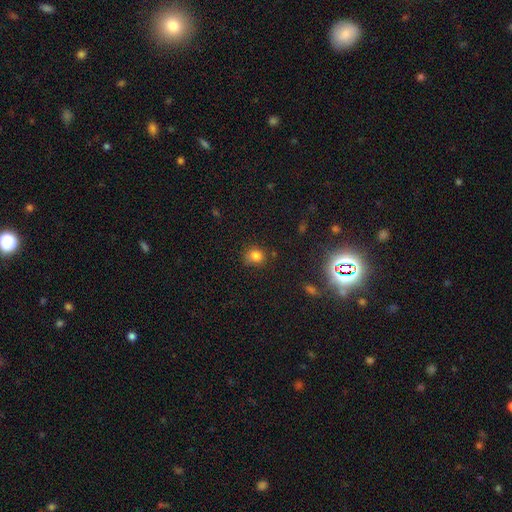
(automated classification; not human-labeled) Q: Smooth or featured?
A: smooth (81%); runner-up: star or artifact (14%)
Q: How rounded?
A: round (77%); runner-up: in between (22%)
Q: Merging?
A: none (77%); runner-up: minor disturbance (16%)